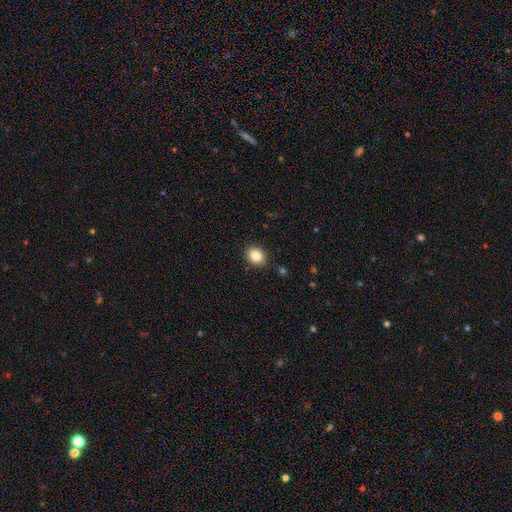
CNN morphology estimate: This is clearly a smooth galaxy (86%). How rounded: possibly in between (57%). Merging: clearly none (88%).